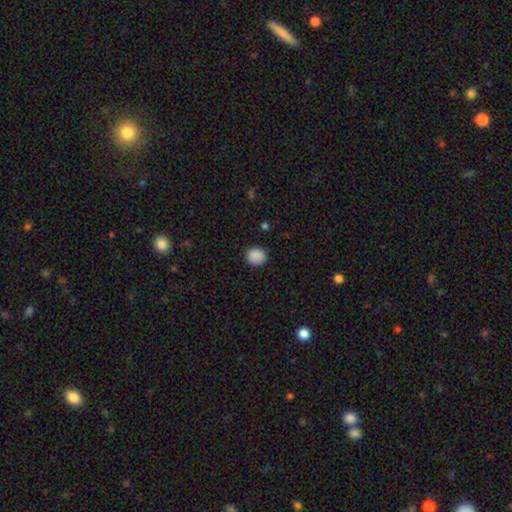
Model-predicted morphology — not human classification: This appears to be a smooth galaxy with no disk features (89%) that is round (73%). Merging: none (89%).